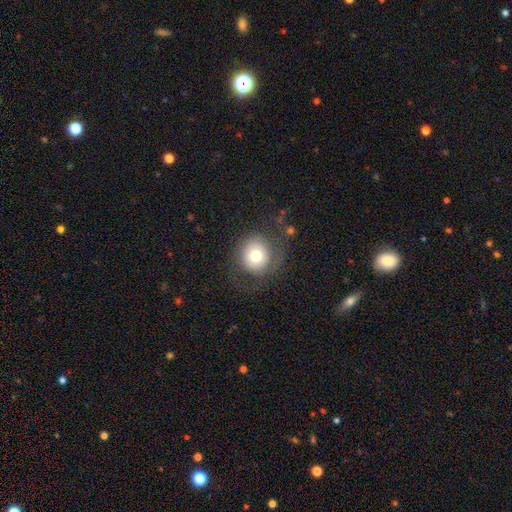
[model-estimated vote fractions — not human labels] A smooth galaxy with no disk features (70%) that is round (90%).

Vote fractions:
- Smooth or featured? smooth: 70% / featured or disk: 19% / star or artifact: 11%
- How rounded? round: 90% / in between: 9% / cigar-shaped: 1%
- Merging? none: 70% / minor disturbance: 15% / major disturbance: 14% / merger: 2%